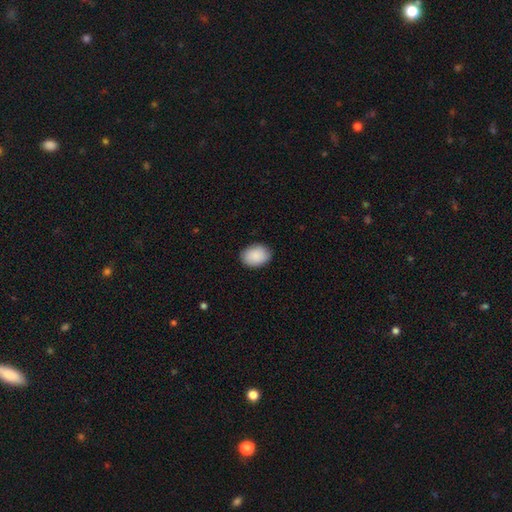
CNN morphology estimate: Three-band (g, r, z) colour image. It shows a smooth galaxy with no disk features (91%) that is in between round and cigar-shaped (77%). Merging: none (87%).